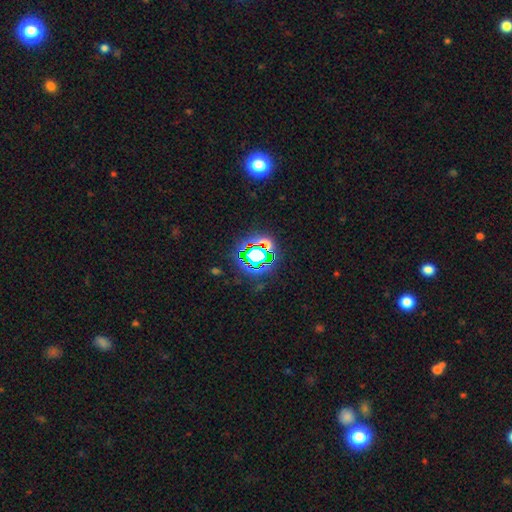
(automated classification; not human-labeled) Q: Smooth or featured?
A: star or artifact (67%); runner-up: smooth (20%)